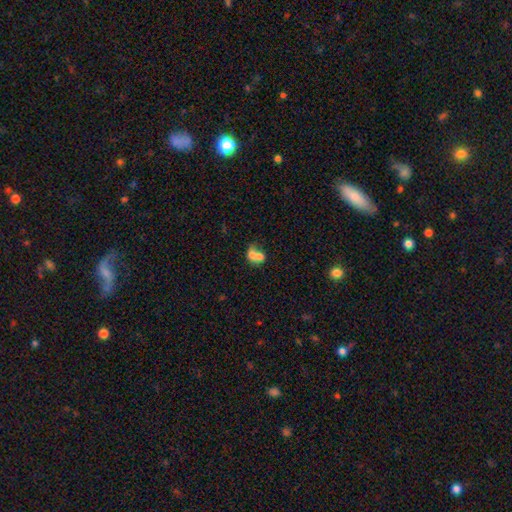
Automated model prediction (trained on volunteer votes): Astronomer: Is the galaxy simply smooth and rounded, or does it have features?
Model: smooth — 66%.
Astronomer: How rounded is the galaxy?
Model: in between — 56% (runner-up: round, 42%).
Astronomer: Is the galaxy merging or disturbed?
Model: merger — 71%.